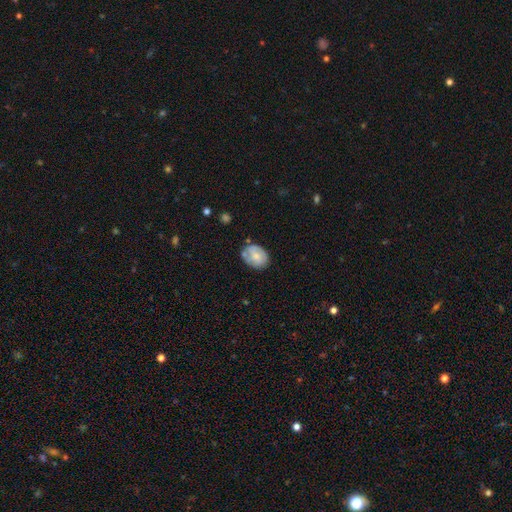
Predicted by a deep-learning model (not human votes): Smooth or featured? Predicted: smooth (p=0.61). How rounded? Predicted: in between (p=0.63). Merging? Predicted: none (p=0.63).